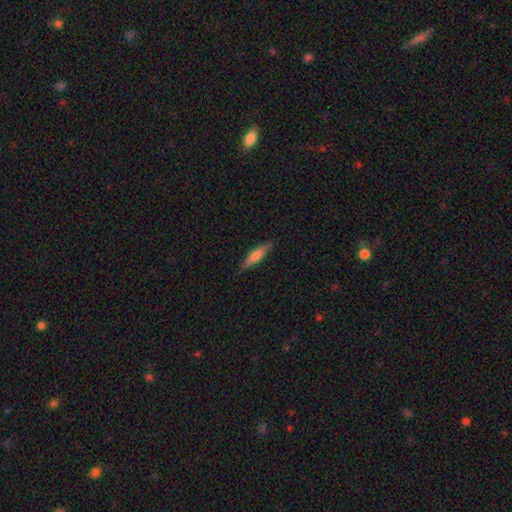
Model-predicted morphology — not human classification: smooth-or-featured: smooth: 57% | featured or disk: 37% | star or artifact: 6%
  how-rounded: cigar-shaped: 83% | in between: 16% | round: 2%
  merging: none: 87% | minor disturbance: 10% | major disturbance: 2% | merger: 1%